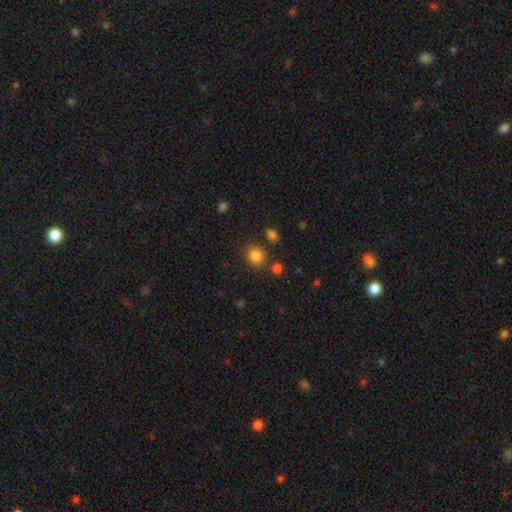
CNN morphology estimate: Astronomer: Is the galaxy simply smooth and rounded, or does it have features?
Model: smooth — 84%.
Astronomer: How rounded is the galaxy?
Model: round — 78%.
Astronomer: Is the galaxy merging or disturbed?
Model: none — 81%.